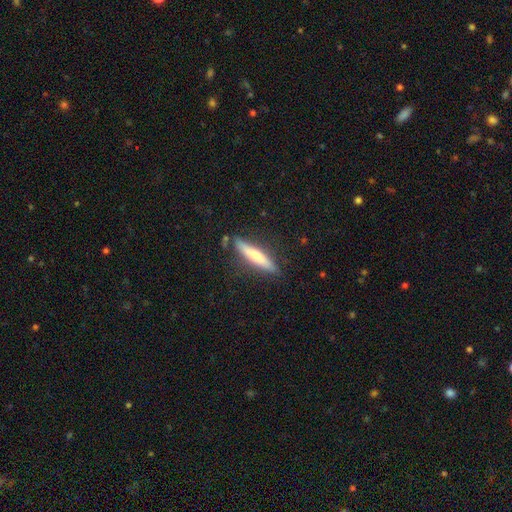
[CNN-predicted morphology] This appears to be a smooth galaxy with no disk features (57%) that is cigar-shaped (89%). Merging: none (81%).